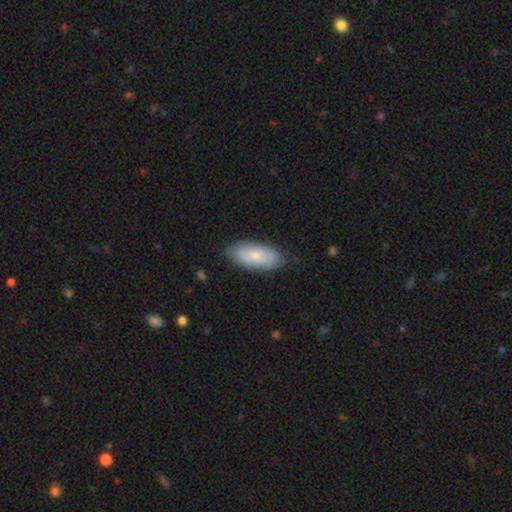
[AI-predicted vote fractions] This appears to be a smooth galaxy with no disk features (78%) that is in between round and cigar-shaped (87%). Merging: none (78%).